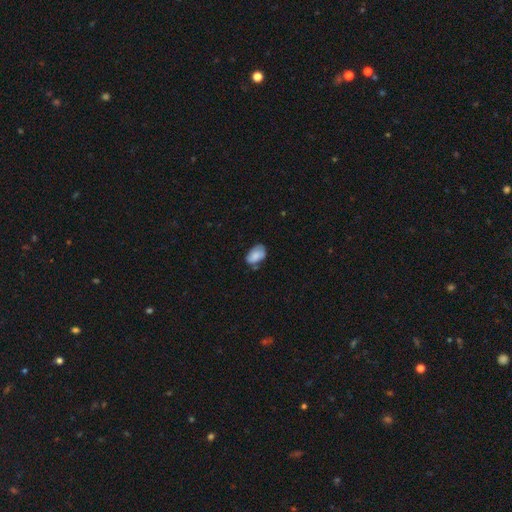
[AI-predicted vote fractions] Overall: smooth (77%). How rounded: in between (90%). Merging: none (54%; minor disturbance 34%).